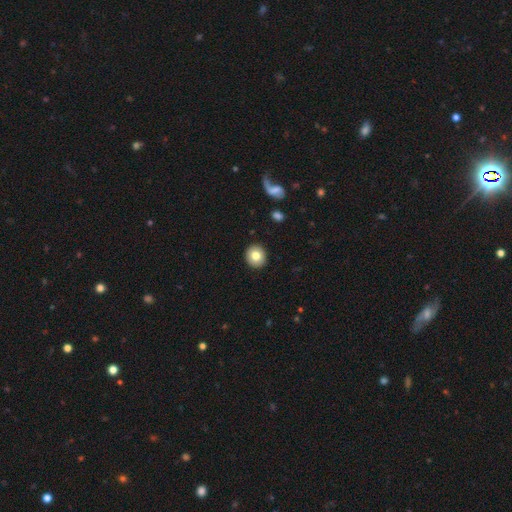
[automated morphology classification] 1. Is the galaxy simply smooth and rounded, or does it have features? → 78% smooth, 13% featured or disk, 8% star or artifact.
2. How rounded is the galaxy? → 89% round, 10% in between, 1% cigar-shaped.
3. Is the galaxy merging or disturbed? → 92% none, 5% minor disturbance, 2% major disturbance, 1% merger.